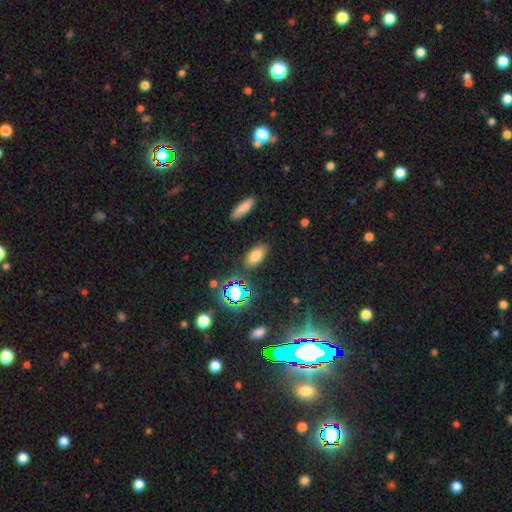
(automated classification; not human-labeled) This appears to be a smooth galaxy with no disk features (75%) that is in between round and cigar-shaped (86%). Merging: none (85%).